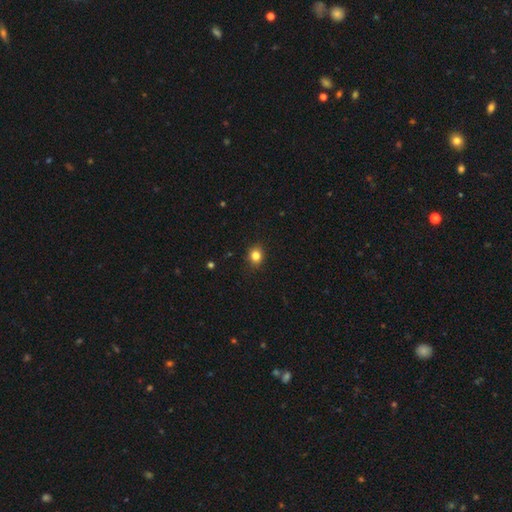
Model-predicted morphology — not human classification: smooth 83%, star or artifact 12%, featured or disk 5%. Down the decision tree: how rounded — round (66%); merging — none (88%).